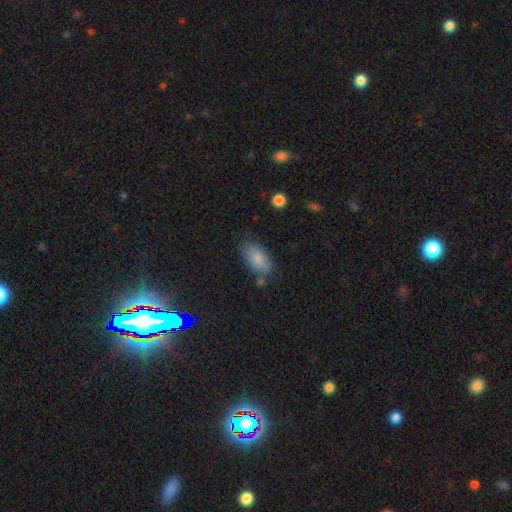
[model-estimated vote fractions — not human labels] A smooth galaxy with no disk features (76%) that is in between round and cigar-shaped (91%). Merging: none (76%).